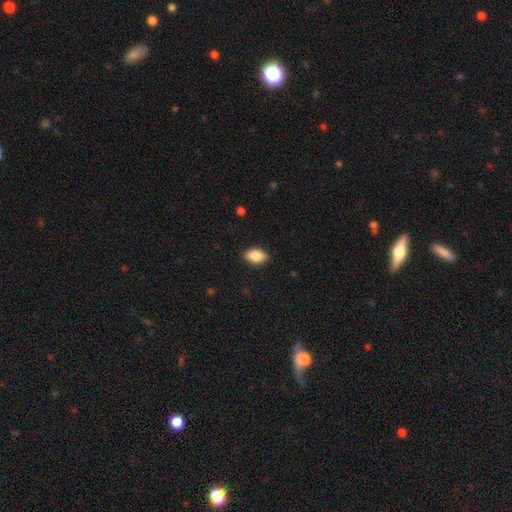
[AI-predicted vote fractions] Morphology: type=smooth (87%); roundness=in between (90%); merging=none (88%).